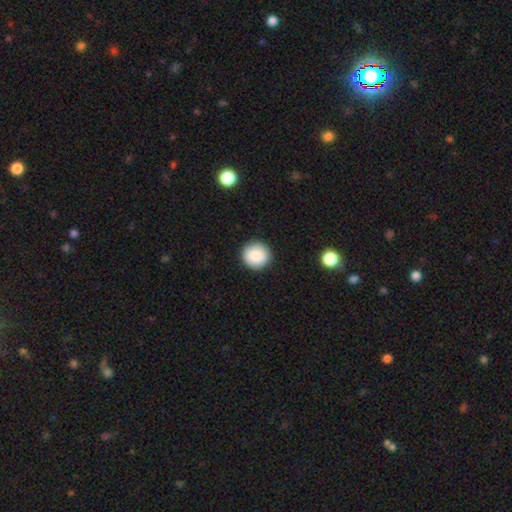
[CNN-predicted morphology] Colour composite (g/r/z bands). It shows a smooth galaxy with no disk features (88%) that is round (94%). Merging: none (92%).